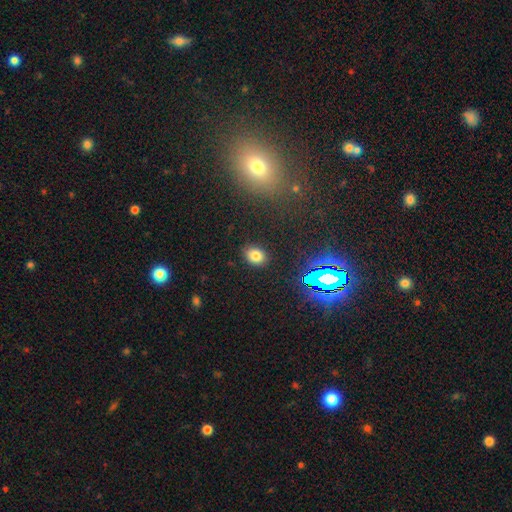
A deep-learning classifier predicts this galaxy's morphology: Overall: smooth (76%). How rounded: in between (64%; round 35%). Merging: none (88%).